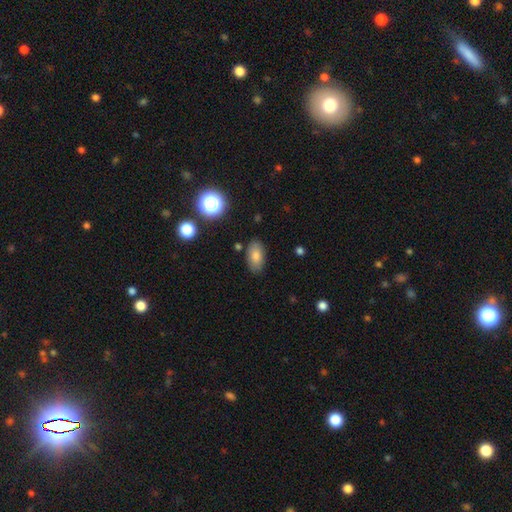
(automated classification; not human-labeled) This is likely a smooth galaxy (80%). How rounded: clearly in between (91%). Merging: clearly none (84%).